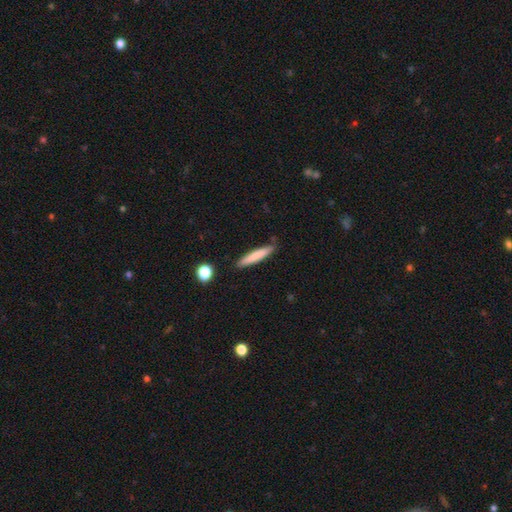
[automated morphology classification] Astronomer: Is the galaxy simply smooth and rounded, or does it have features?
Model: smooth — 78%.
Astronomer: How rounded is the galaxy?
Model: cigar-shaped — 92%.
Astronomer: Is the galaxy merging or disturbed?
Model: none — 85%.